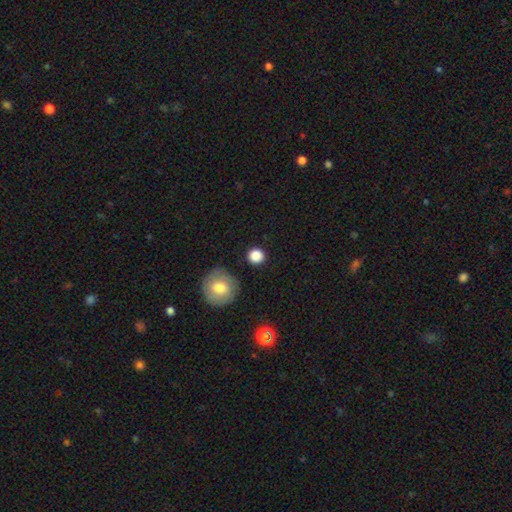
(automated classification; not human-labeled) A smooth galaxy with no disk features (85%) that is round (93%).

Vote fractions:
- Smooth or featured? smooth: 85% / star or artifact: 10% / featured or disk: 4%
- How rounded? round: 93% / in between: 6% / cigar-shaped: 1%
- Merging? none: 88% / minor disturbance: 7% / major disturbance: 3% / merger: 2%